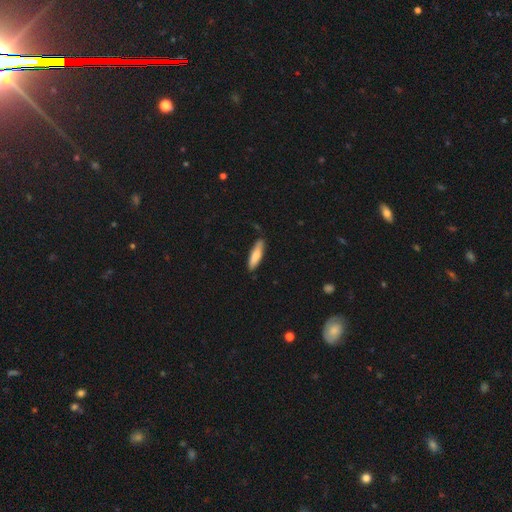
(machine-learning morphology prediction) The model was most divided on "how rounded": cigar-shaped: 66%, in between: 33%, round: 1%. More confident: merging — none (81%); smooth or featured — smooth (77%).